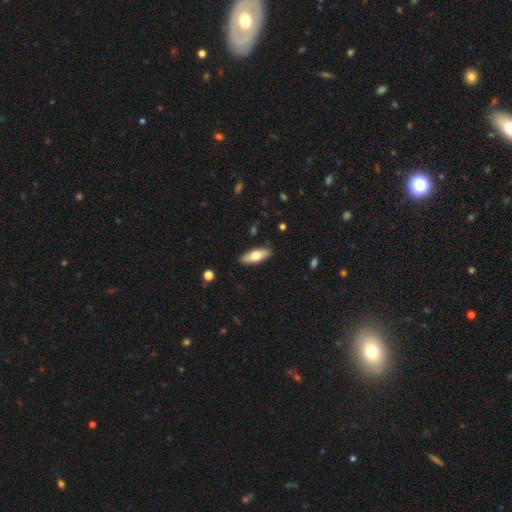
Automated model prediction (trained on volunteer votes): This appears to be a smooth galaxy with no disk features (63%) that is in between round and cigar-shaped (65%). Merging: none (89%).